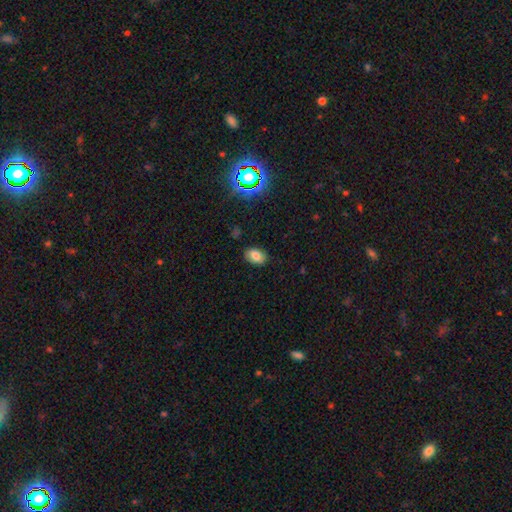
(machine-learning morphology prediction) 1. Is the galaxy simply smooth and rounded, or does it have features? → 79% smooth, 12% star or artifact, 9% featured or disk.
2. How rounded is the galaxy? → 83% in between, 16% round, 1% cigar-shaped.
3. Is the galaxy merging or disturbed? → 85% none, 11% minor disturbance, 2% major disturbance, 1% merger.